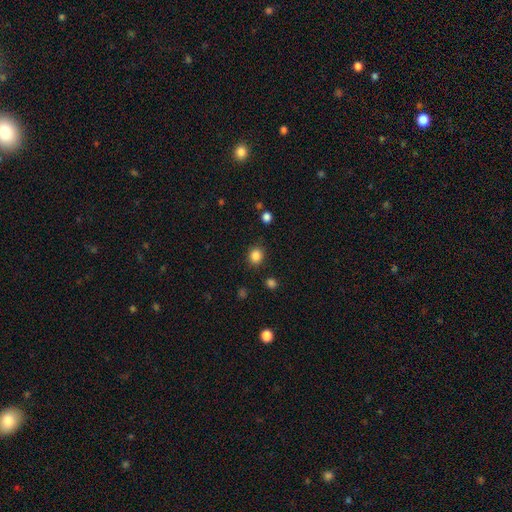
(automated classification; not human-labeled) A smooth galaxy with no disk features (85%) that is round (74%). Merging: none (86%).